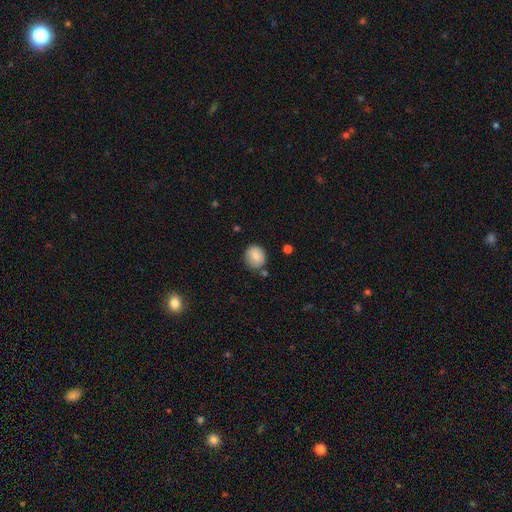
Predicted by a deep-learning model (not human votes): smooth 83%, featured or disk 9%, star or artifact 8%. Down the decision tree: how rounded — round (81%); merging — none (77%).